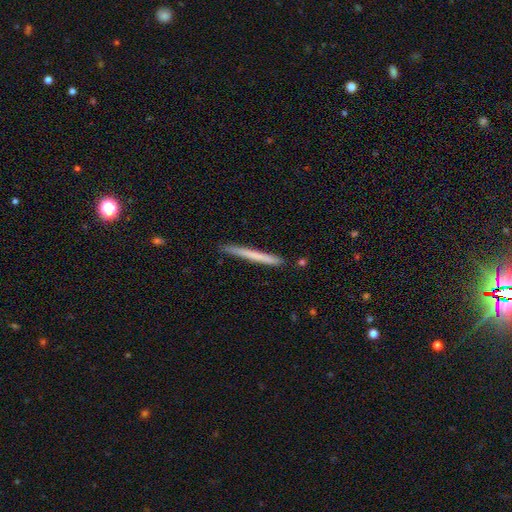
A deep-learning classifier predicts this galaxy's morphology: smooth-or-featured: smooth: 64% | featured or disk: 31% | star or artifact: 6%
  how-rounded: cigar-shaped: 97% | in between: 1% | round: 1%
  merging: none: 88% | minor disturbance: 9% | merger: 2% | major disturbance: 1%